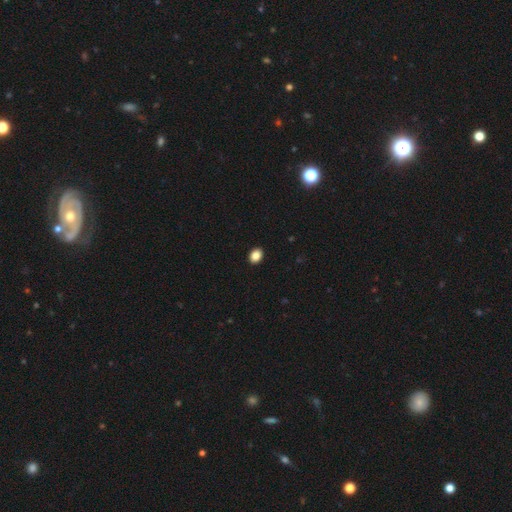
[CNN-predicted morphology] Smooth or featured: smooth — 88% (star or artifact — 9%)
How rounded: in between — 69% (round — 30%)
Merging: none — 91% (minor disturbance — 6%)